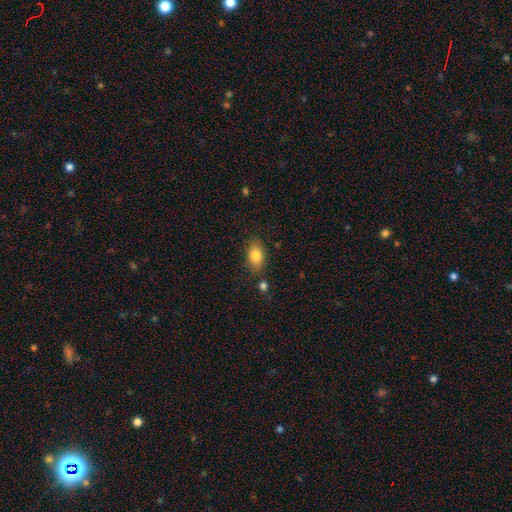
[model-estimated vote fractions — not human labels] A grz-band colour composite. It shows a smooth galaxy with no disk features (83%) that is in between round and cigar-shaped (84%). Merging: none (79%).